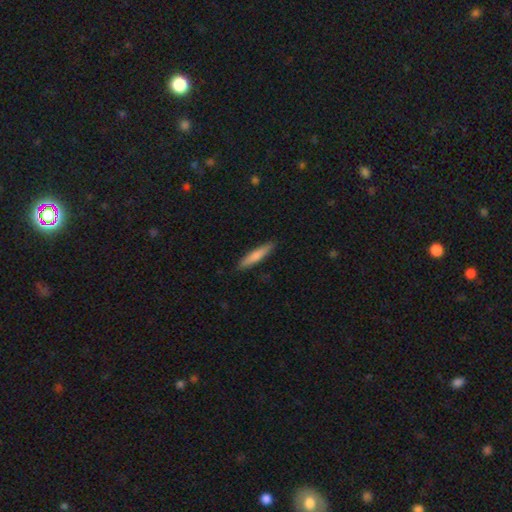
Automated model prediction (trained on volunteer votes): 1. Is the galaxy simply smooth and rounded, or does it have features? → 75% smooth, 19% featured or disk, 5% star or artifact.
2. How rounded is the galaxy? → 89% cigar-shaped, 10% in between, 1% round.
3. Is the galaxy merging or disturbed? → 89% none, 8% minor disturbance, 2% major disturbance, 1% merger.